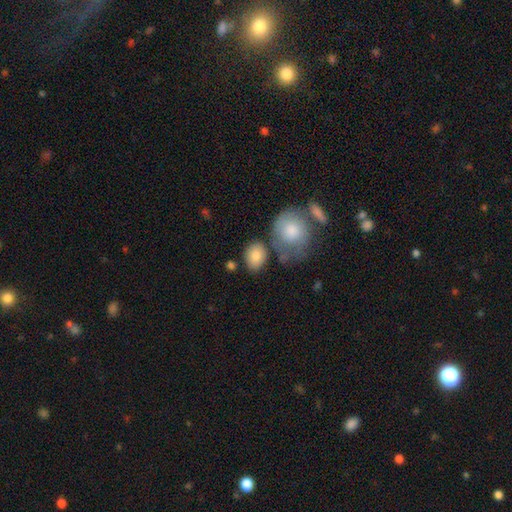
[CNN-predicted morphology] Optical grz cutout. It shows a smooth galaxy with no disk features (83%) that is in between round and cigar-shaped (64%). Merging: none (69%).